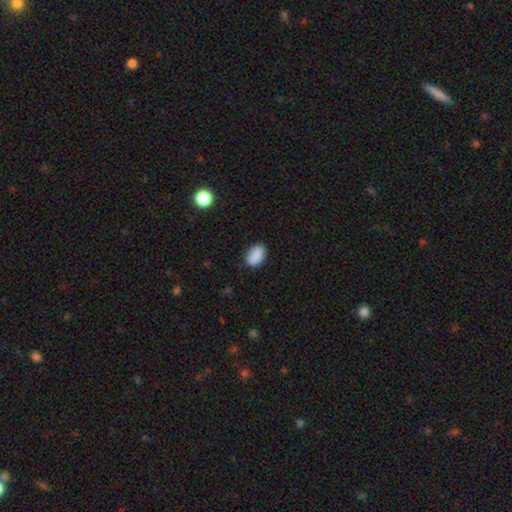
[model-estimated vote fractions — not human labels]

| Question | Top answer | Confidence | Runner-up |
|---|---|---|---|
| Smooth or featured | smooth | 88% | star or artifact (8%) |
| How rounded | in between | 86% | round (12%) |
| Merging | none | 81% | minor disturbance (14%) |